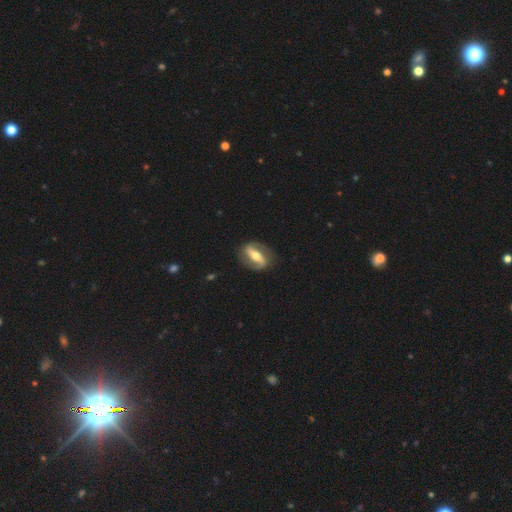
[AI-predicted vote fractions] Smooth or featured? featured or disk (77%)
Edge-on disk? no (88%)
Bar? strong (64%)
Spiral arms? yes (80%)
Spiral winding? medium (37%)
Spiral arm count? 2 (88%)
Bulge size? moderate (66%)
Merging? none (83%)